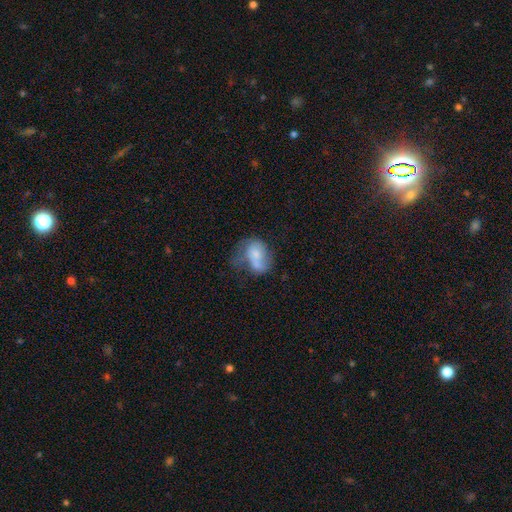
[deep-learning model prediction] A smooth galaxy with no disk features (61%) that is in between round and cigar-shaped (69%).

Vote fractions:
- Smooth or featured? smooth: 61% / featured or disk: 31% / star or artifact: 9%
- How rounded? in between: 69% / round: 30% / cigar-shaped: 1%
- Merging? merger: 39% / major disturbance: 22% / none: 19% / minor disturbance: 19%